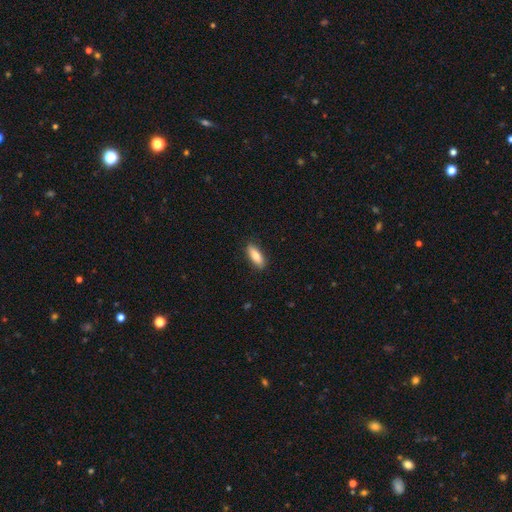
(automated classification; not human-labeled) Smooth or featured? Predicted: smooth (p=0.81). How rounded? Predicted: in between (p=0.64). Merging? Predicted: none (p=0.88).